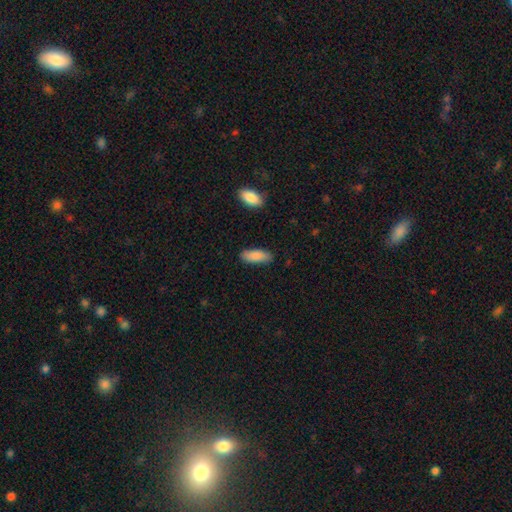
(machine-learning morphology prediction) Q: Smooth or featured?
A: smooth (87%); runner-up: featured or disk (7%)
Q: How rounded?
A: in between (72%); runner-up: cigar-shaped (26%)
Q: Merging?
A: none (85%); runner-up: minor disturbance (11%)